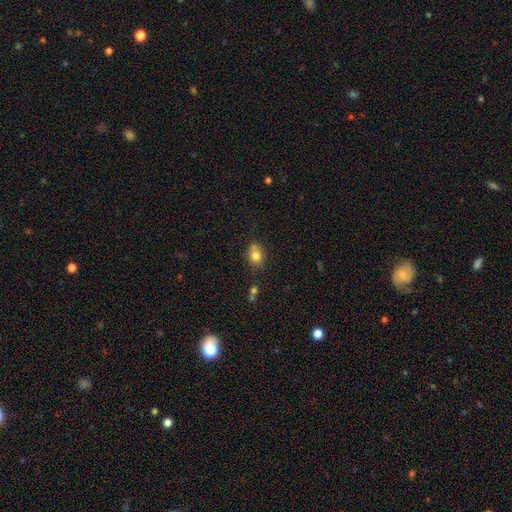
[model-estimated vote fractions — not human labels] Smooth or featured: smooth — 77% (featured or disk — 12%)
How rounded: round — 55% (in between — 43%)
Merging: none — 58% (merger — 20%)